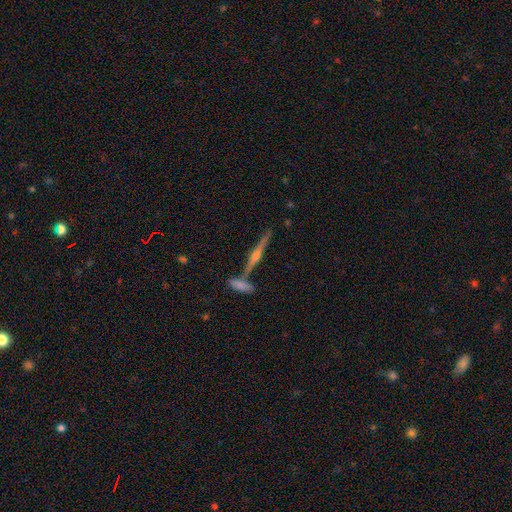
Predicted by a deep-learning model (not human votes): smooth-or-featured: featured or disk: 77% | smooth: 16% | star or artifact: 7%
  disk-edge-on: yes: 98% | no: 2%
    edge-on-bulge: rounded: 91% | none: 5% | boxy: 4%
  merging: none: 78% | merger: 12% | minor disturbance: 8% | major disturbance: 2%